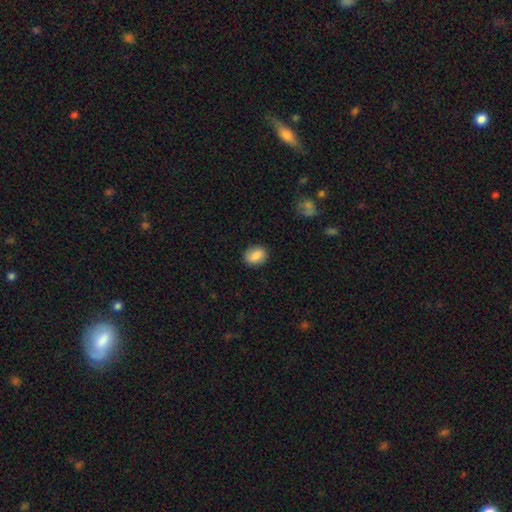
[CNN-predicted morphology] A smooth galaxy with no disk features (85%) that is in between round and cigar-shaped (63%).

Vote fractions:
- Smooth or featured? smooth: 85% / star or artifact: 8% / featured or disk: 8%
- How rounded? in between: 63% / round: 35% / cigar-shaped: 1%
- Merging? none: 85% / minor disturbance: 12% / major disturbance: 3% / merger: 1%